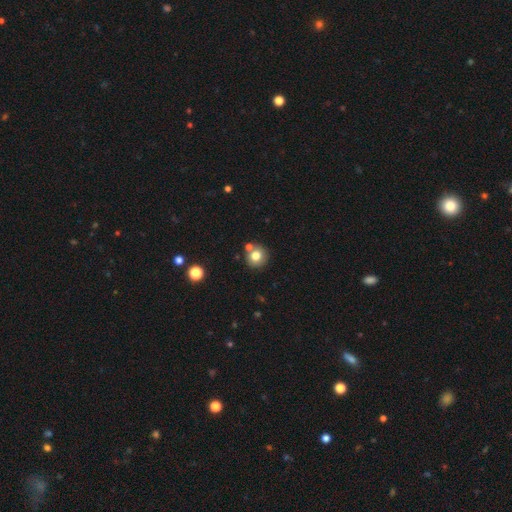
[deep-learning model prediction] Morphology: type=smooth (77%); roundness=round (90%); merging=none (73%).